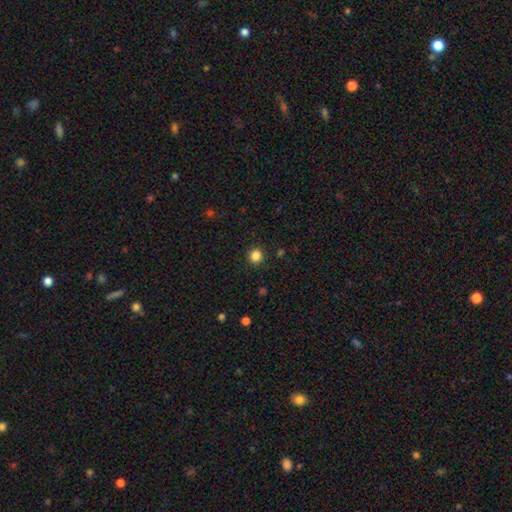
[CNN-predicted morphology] Smooth or featured? smooth (84%)
How rounded? round (92%)
Merging? none (92%)